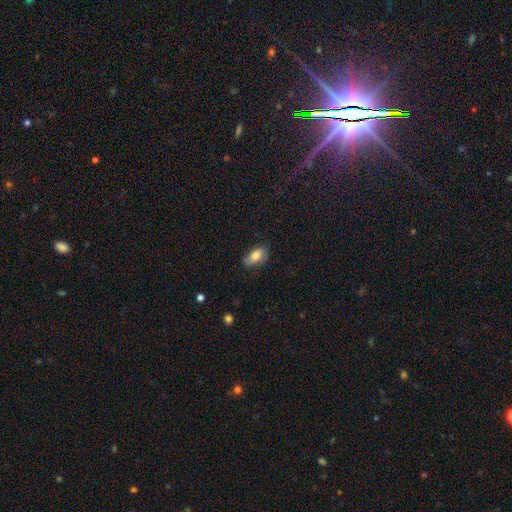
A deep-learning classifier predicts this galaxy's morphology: Q: Smooth or featured?
A: smooth (80%); runner-up: featured or disk (13%)
Q: How rounded?
A: in between (91%); runner-up: round (6%)
Q: Merging?
A: none (68%); runner-up: minor disturbance (25%)